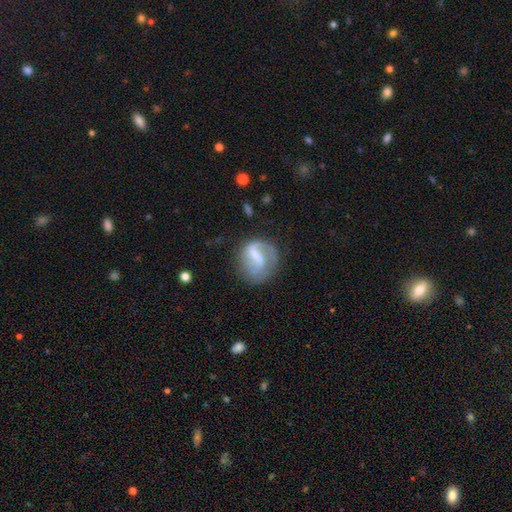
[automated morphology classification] A featured or disk galaxy (66%) with a weak bar (47%), 2 (57%) loose (45%) spiral arms (81%) and a small central bulge (37%).

Vote fractions:
- Smooth or featured? featured or disk: 66% / smooth: 27% / star or artifact: 8%
- Edge-on disk? no: 97% / yes: 3%
- Bar? weak: 47% / strong: 34% / no: 18%
- Spiral arms? yes: 81% / no: 19%
- Spiral winding? loose: 45% / medium: 37% / tight: 18%
- Spiral arm count? 2: 57% / 1: 27% / can't tell: 11% / 3: 2% / 4: 1% / more than 4: 1%
- Bulge size? small: 37% / none: 32% / moderate: 24% / large: 6% / dominant: 1%
- Merging? none: 55% / minor disturbance: 22% / major disturbance: 21% / merger: 3%